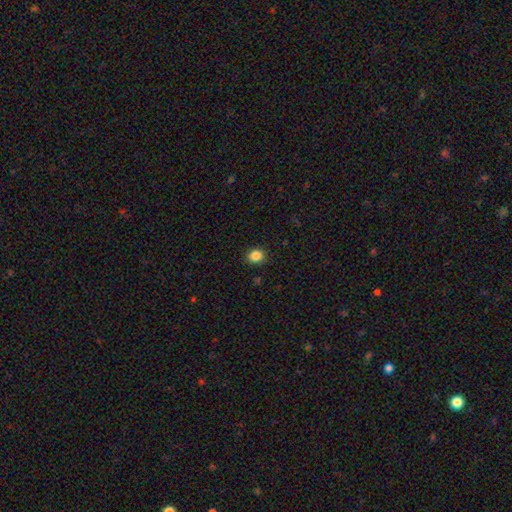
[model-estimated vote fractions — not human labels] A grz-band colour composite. It shows a smooth galaxy with no disk features (86%) that is round (71%). Merging: none (89%).